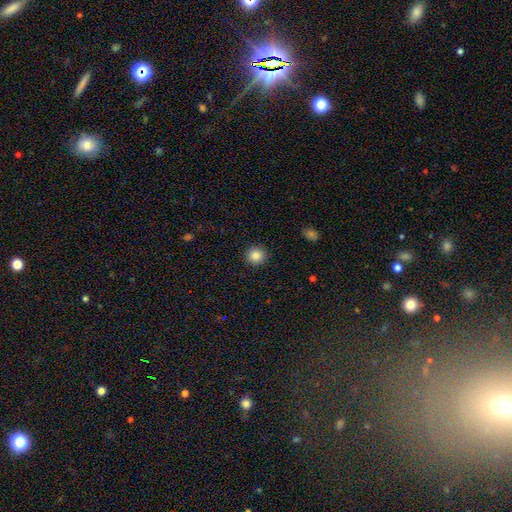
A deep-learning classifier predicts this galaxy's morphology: A smooth galaxy with no disk features (86%) that is round (93%). Merging: none (91%).